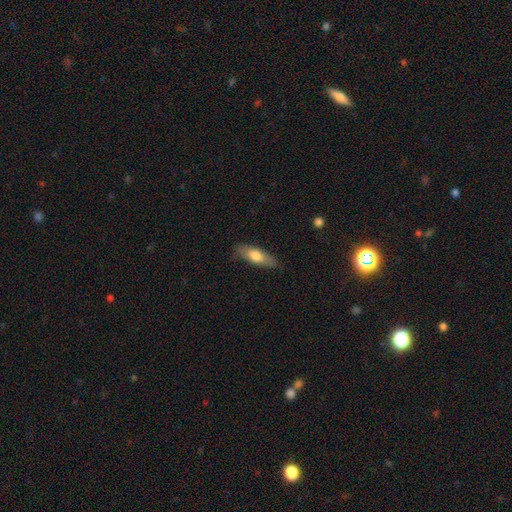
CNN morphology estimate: The model was most divided on "how rounded": in between: 58%, cigar-shaped: 39%, round: 2%. More confident: merging — none (79%); smooth or featured — smooth (69%).